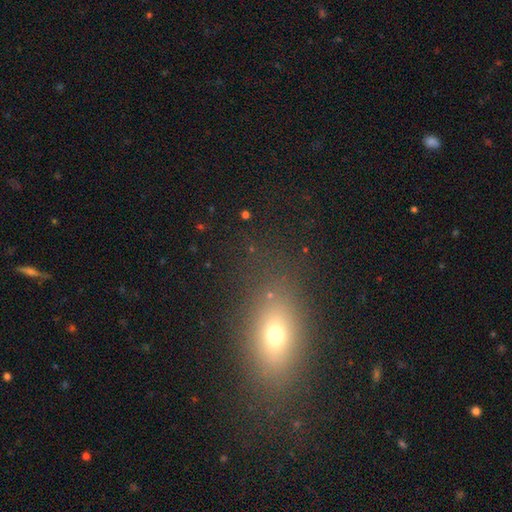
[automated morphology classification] Q: Smooth or featured?
A: smooth (61%); runner-up: star or artifact (23%)
Q: How rounded?
A: in between (69%); runner-up: round (20%)
Q: Merging?
A: none (80%); runner-up: minor disturbance (11%)